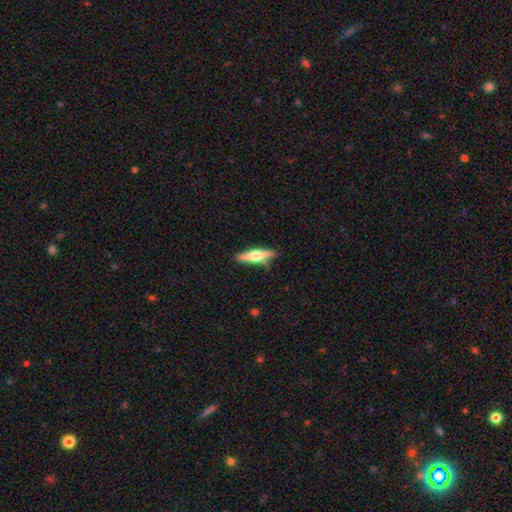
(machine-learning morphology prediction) smooth_or_featured: featured or disk (p=0.56) [alt: smooth p=0.39]
disk_edge_on: yes (p=0.95) [alt: no p=0.05]
edge_on_bulge: rounded (p=0.93) [alt: boxy p=0.04]
merging: none (p=0.84) [alt: minor disturbance p=0.11]